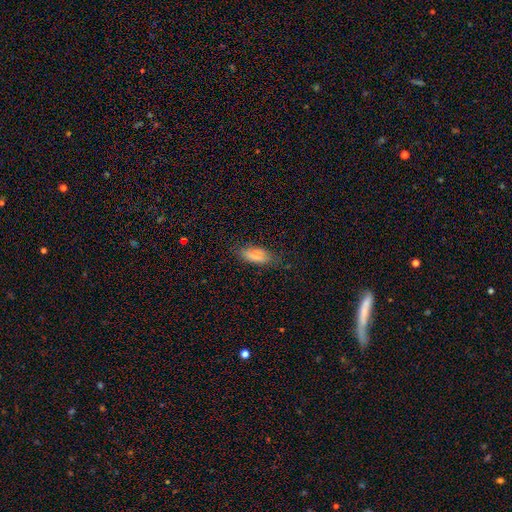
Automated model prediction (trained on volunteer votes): smooth 82%, featured or disk 9%, star or artifact 9%. Down the decision tree: how rounded — in between (81%); merging — none (69%).